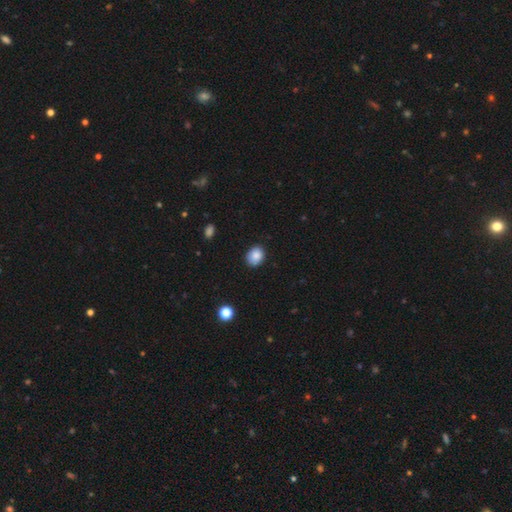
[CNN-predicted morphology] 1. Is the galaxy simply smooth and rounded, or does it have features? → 87% smooth, 9% star or artifact, 4% featured or disk.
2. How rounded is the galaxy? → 55% in between, 44% round, 1% cigar-shaped.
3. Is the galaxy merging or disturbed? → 83% none, 14% minor disturbance, 2% major disturbance, 1% merger.